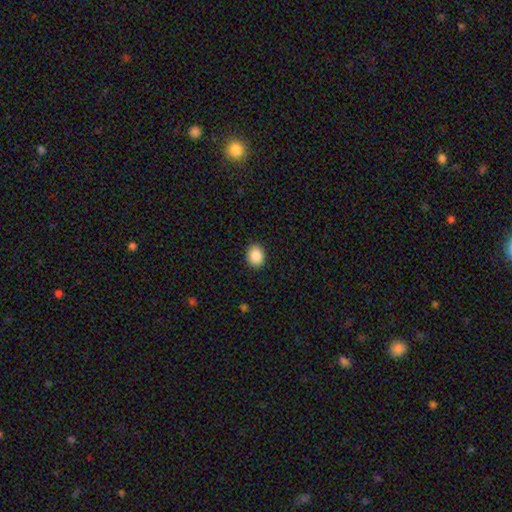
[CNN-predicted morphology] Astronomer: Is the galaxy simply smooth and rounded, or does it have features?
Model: smooth — 88%.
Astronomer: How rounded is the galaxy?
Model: round — 56% (runner-up: in between, 43%).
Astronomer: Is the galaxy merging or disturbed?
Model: none — 91%.